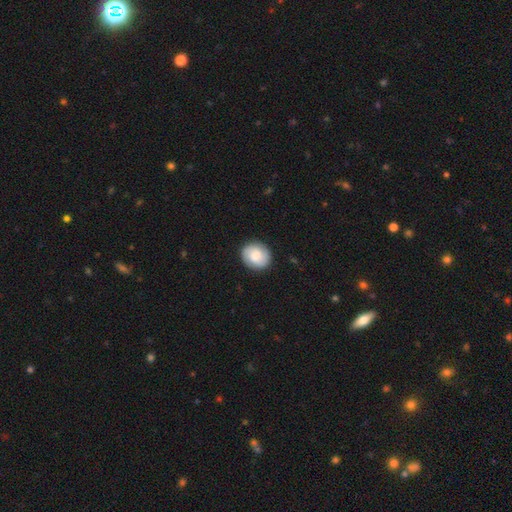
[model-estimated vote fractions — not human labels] A smooth galaxy with no disk features (64%) that is round (77%). Merging: none (88%).